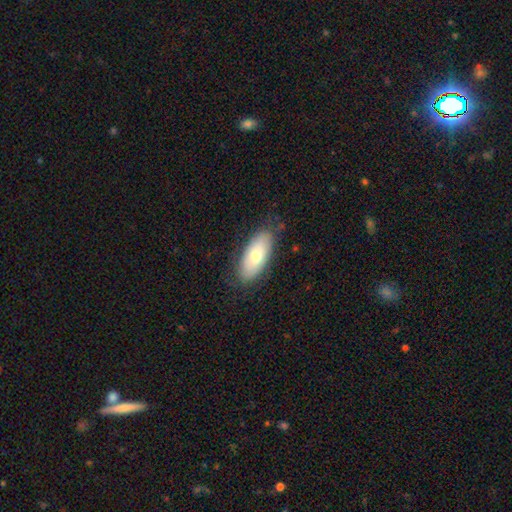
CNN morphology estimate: smooth-or-featured: smooth: 68% | featured or disk: 26% | star or artifact: 6%
  how-rounded: in between: 87% | cigar-shaped: 10% | round: 3%
  merging: none: 81% | minor disturbance: 15% | major disturbance: 3% | merger: 1%